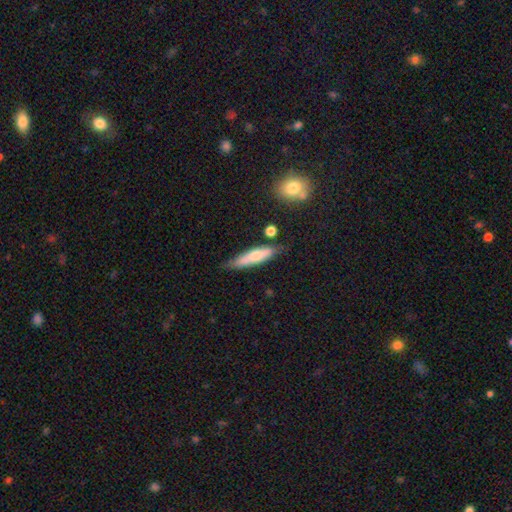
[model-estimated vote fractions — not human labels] Morphology: type=smooth (65%); roundness=cigar-shaped (74%); merging=none (67%).